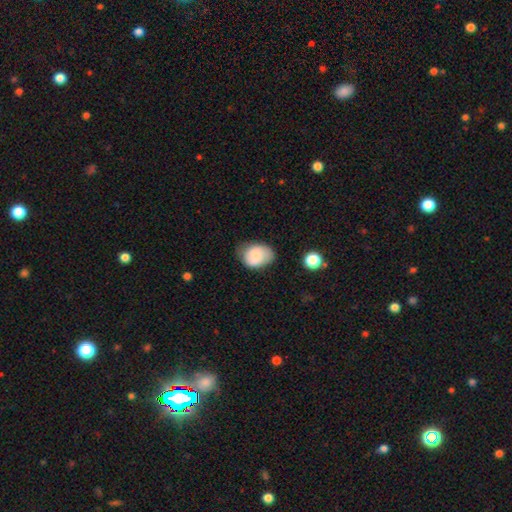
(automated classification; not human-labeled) A smooth galaxy with no disk features (69%) that is in between round and cigar-shaped (67%).

Vote fractions:
- Smooth or featured? smooth: 69% / featured or disk: 23% / star or artifact: 8%
- How rounded? in between: 67% / round: 32% / cigar-shaped: 1%
- Merging? none: 56% / minor disturbance: 32% / major disturbance: 9% / merger: 3%